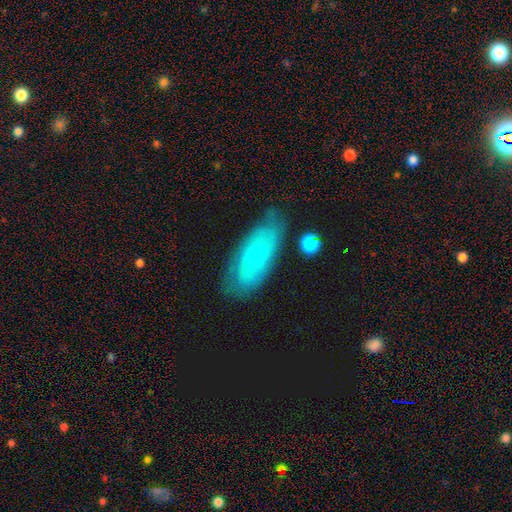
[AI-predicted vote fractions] A smooth galaxy with no disk features (47%). Merging: none (70%).